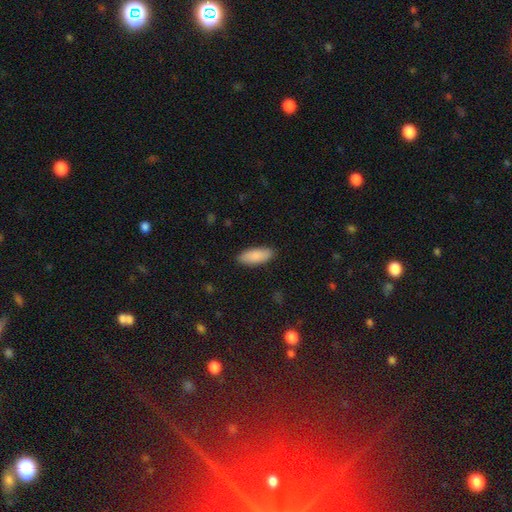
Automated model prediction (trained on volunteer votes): Smooth or featured? smooth (90%)
How rounded? in between (78%)
Merging? none (89%)